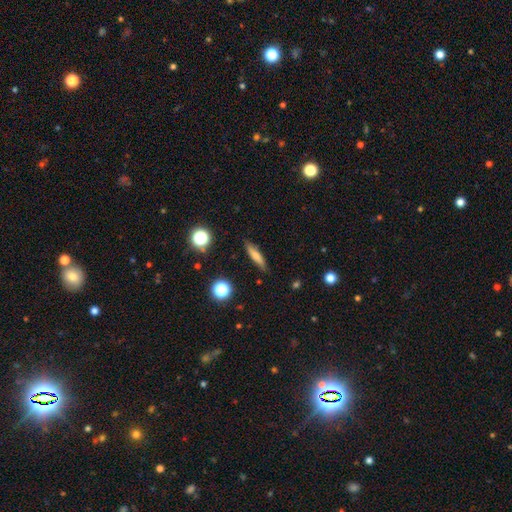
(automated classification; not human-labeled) Smooth or featured?
  - smooth: 65% *
  - featured or disk: 25%
  - star or artifact: 10%
How rounded?
  - cigar-shaped: 82% *
  - in between: 15%
  - round: 4%
Merging?
  - none: 86% *
  - minor disturbance: 10%
  - major disturbance: 2%
  - merger: 2%